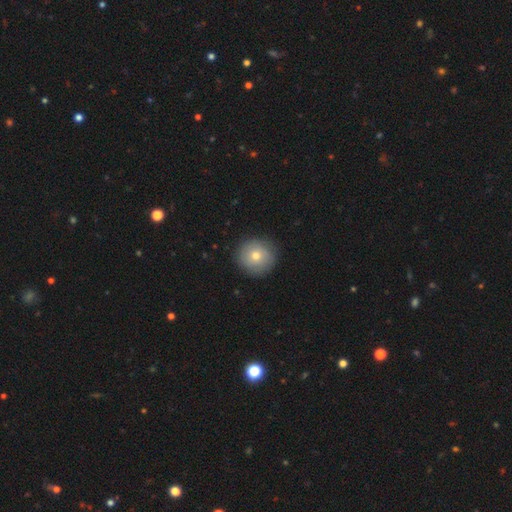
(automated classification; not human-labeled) Overall: smooth (72%). How rounded: round (94%). Merging: none (89%).